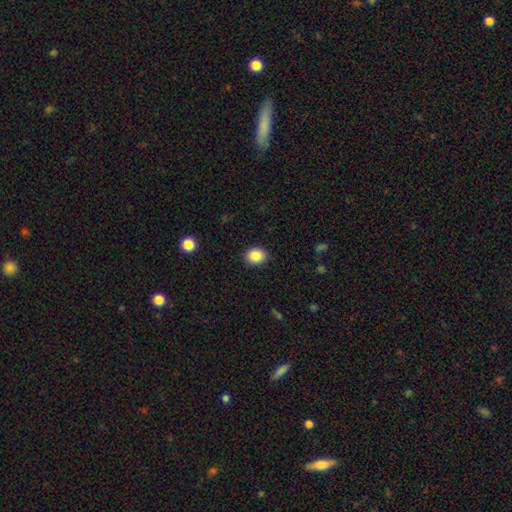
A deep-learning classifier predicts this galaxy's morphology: smooth-or-featured: smooth: 87% | star or artifact: 9% | featured or disk: 4%
  how-rounded: round: 64% | in between: 35% | cigar-shaped: 1%
  merging: none: 89% | minor disturbance: 8% | major disturbance: 2% | merger: 1%